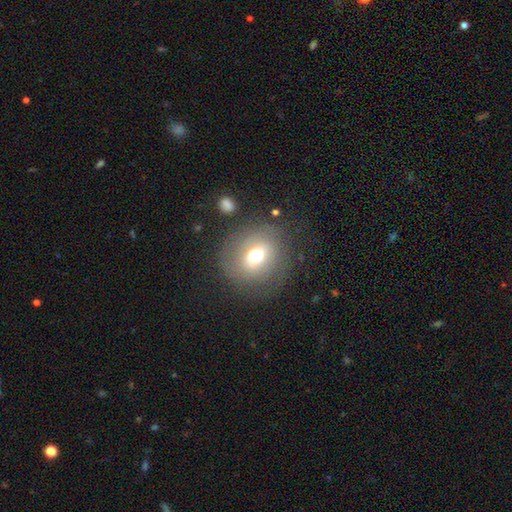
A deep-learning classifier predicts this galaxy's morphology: A smooth galaxy with no disk features (60%) that is round (79%).

Vote fractions:
- Smooth or featured? smooth: 60% / featured or disk: 27% / star or artifact: 13%
- How rounded? round: 79% / in between: 20% / cigar-shaped: 1%
- Merging? none: 74% / minor disturbance: 14% / major disturbance: 9% / merger: 3%